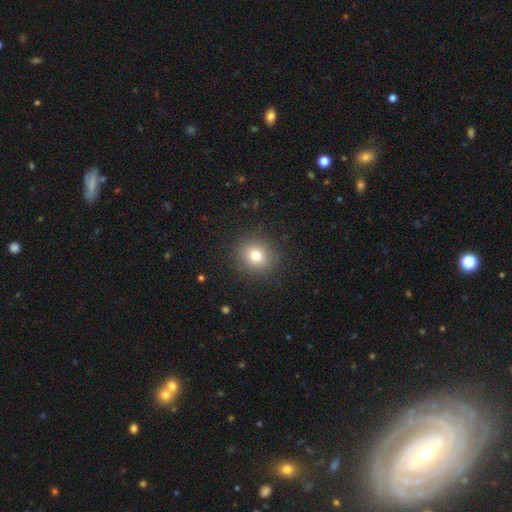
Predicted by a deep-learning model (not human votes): smooth_or_featured: smooth (p=0.78) [alt: star or artifact p=0.13]
how_rounded: round (p=0.83) [alt: in between p=0.16]
merging: none (p=0.89) [alt: minor disturbance p=0.07]